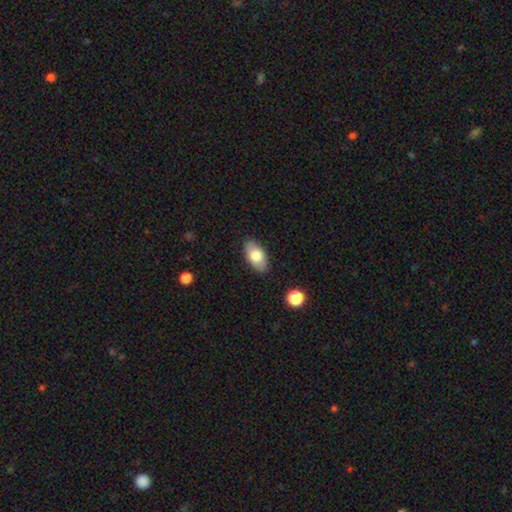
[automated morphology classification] Smooth or featured? smooth (77%)
How rounded? in between (93%)
Merging? none (86%)